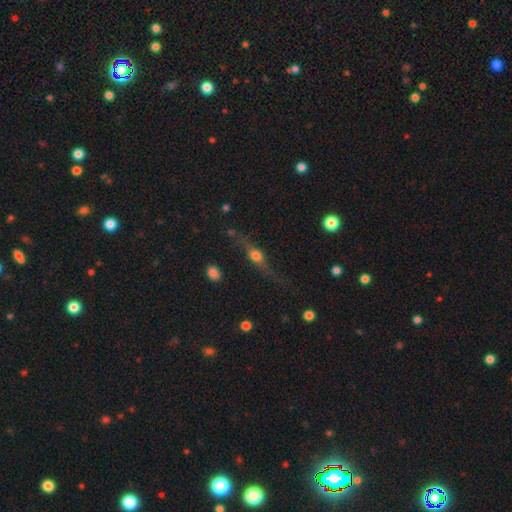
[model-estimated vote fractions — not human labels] The model was most divided on "smooth or featured": featured or disk: 62%, smooth: 28%, star or artifact: 10%. More confident: edge-on bulge — rounded (93%); edge-on disk — yes (86%); merging — none (67%).